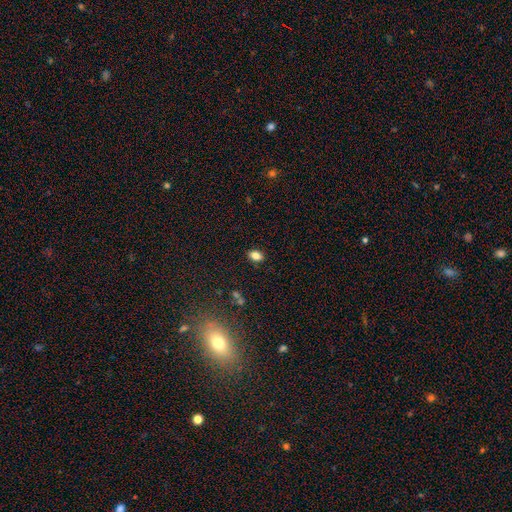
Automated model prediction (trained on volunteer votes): The model was most divided on "how rounded": in between: 80%, round: 18%, cigar-shaped: 2%. More confident: merging — none (87%); smooth or featured — smooth (82%).